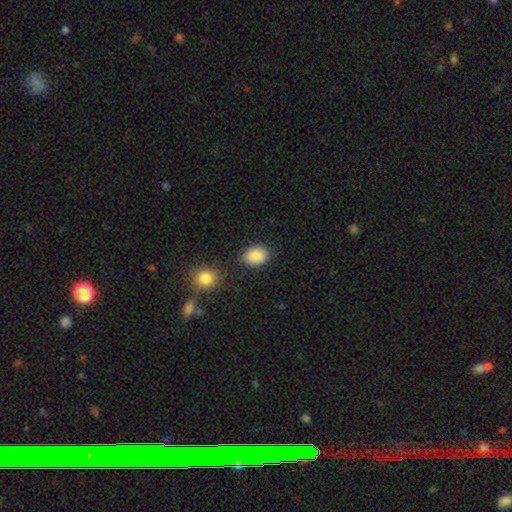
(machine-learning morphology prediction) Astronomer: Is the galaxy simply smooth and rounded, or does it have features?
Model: smooth — 89%.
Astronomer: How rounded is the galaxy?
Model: in between — 68%.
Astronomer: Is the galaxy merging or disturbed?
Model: none — 82%.